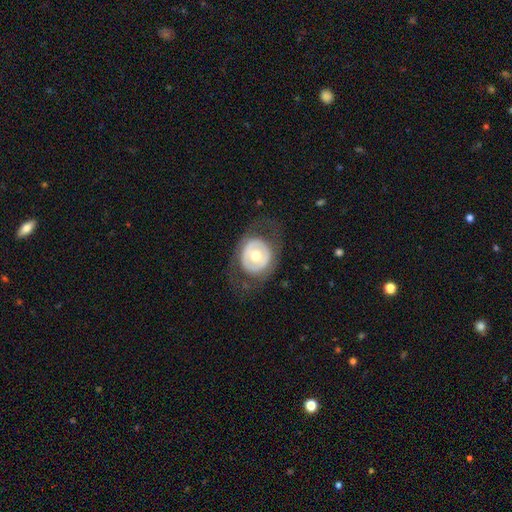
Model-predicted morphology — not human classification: Smooth or featured? Predicted: featured or disk (p=0.56). Edge-on disk? Predicted: no (p=0.95). Bar? Predicted: no (p=0.73). Spiral arms? Predicted: no (p=0.82). Bulge size? Predicted: moderate (p=0.73). Merging? Predicted: none (p=0.71).